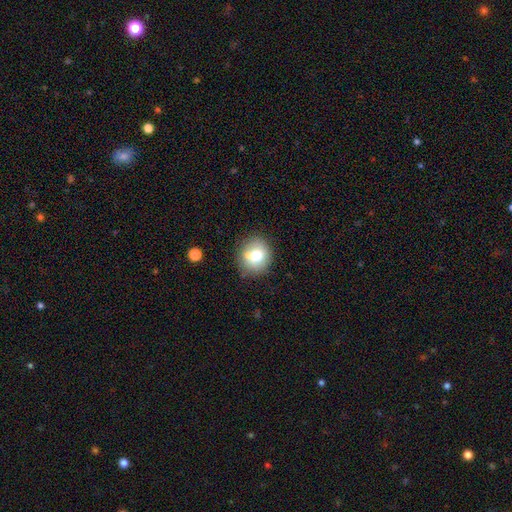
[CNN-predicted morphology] Smooth or featured?
  - smooth: 70% *
  - featured or disk: 19%
  - star or artifact: 11%
How rounded?
  - round: 83% *
  - in between: 16%
  - cigar-shaped: 1%
Merging?
  - none: 70% *
  - merger: 15%
  - minor disturbance: 12%
  - major disturbance: 4%